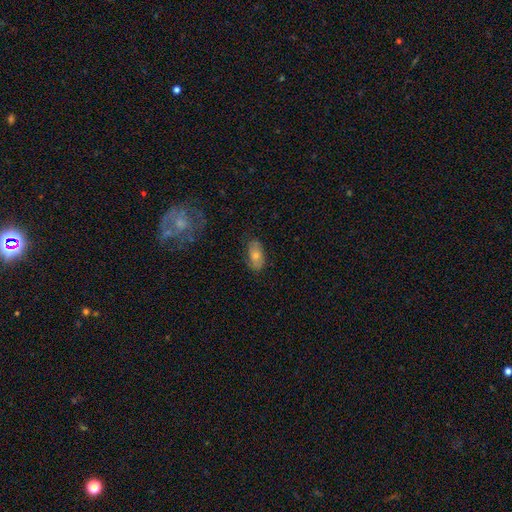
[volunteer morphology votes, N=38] Smooth or featured: smooth — 55% (featured or disk — 37%)
How rounded: in between — 95% (round — 5%)
Merging: none — 71% (minor disturbance — 20%)